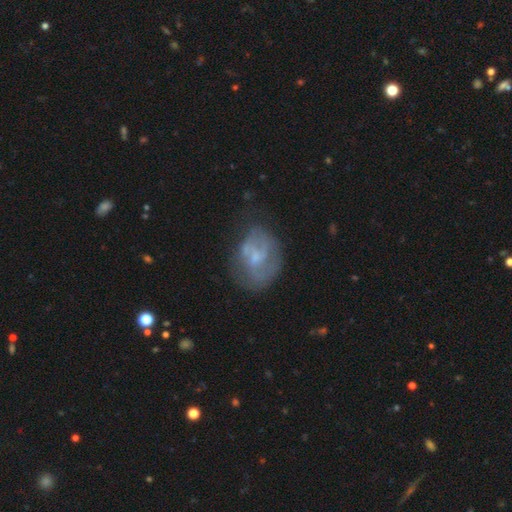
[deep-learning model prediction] The model was most divided on "bar": no: 54%, weak: 39%, strong: 7%. More confident: edge-on disk — no (97%); spiral arms — yes (63%); smooth or featured — featured or disk (62%); bulge size — small (52%); merging — none (52%).